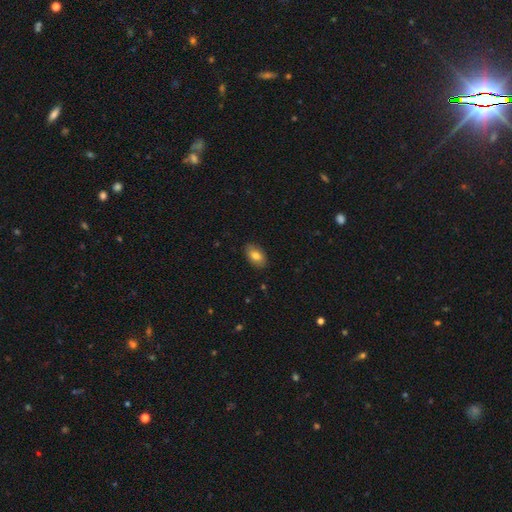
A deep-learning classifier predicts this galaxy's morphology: Smooth or featured? Predicted: smooth (p=0.80). How rounded? Predicted: in between (p=0.92). Merging? Predicted: none (p=0.86).